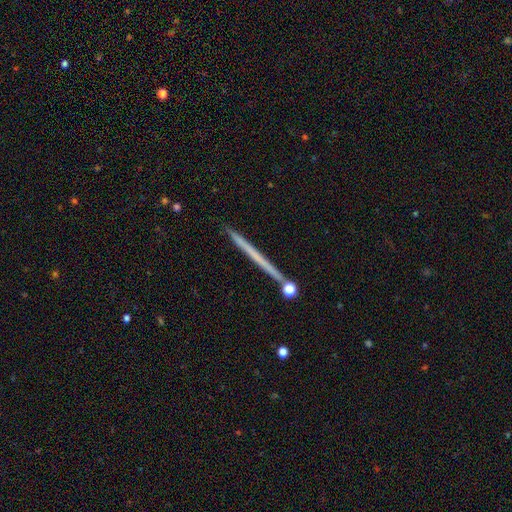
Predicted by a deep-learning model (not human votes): Overall: featured or disk (52%; smooth 41%). Edge-on disk: yes (97%). Edge-on bulge: none (91%). Merging: none (90%).